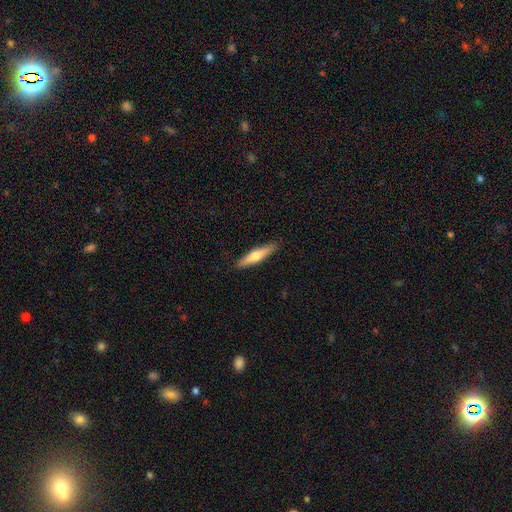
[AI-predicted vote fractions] Smooth or featured? smooth (53%)
How rounded? cigar-shaped (82%)
Merging? none (90%)